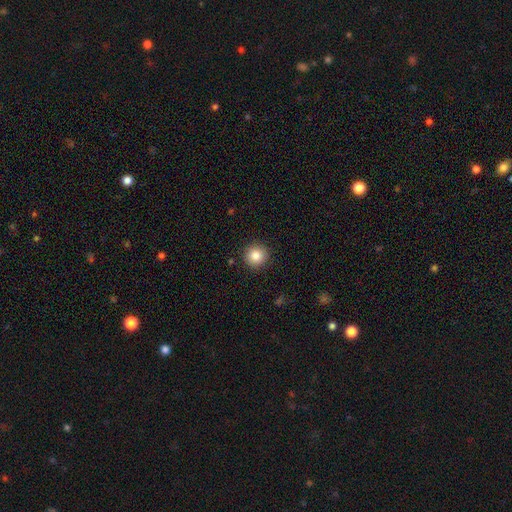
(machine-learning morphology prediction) Smooth or featured: smooth — 84% (star or artifact — 9%)
How rounded: round — 94% (in between — 5%)
Merging: none — 91% (minor disturbance — 6%)